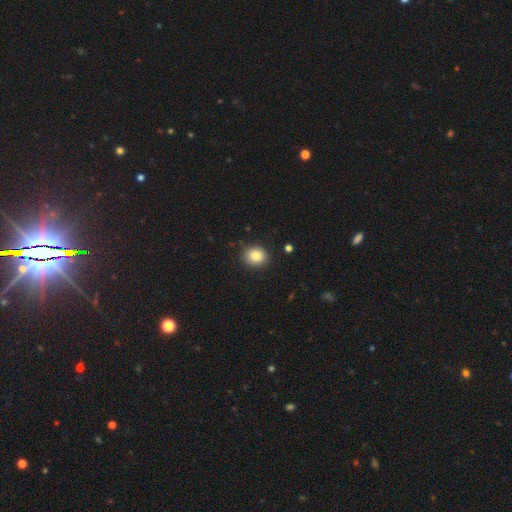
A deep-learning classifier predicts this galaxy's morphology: Smooth or featured? Predicted: smooth (p=0.84). How rounded? Predicted: round (p=0.69). Merging? Predicted: none (p=0.85).